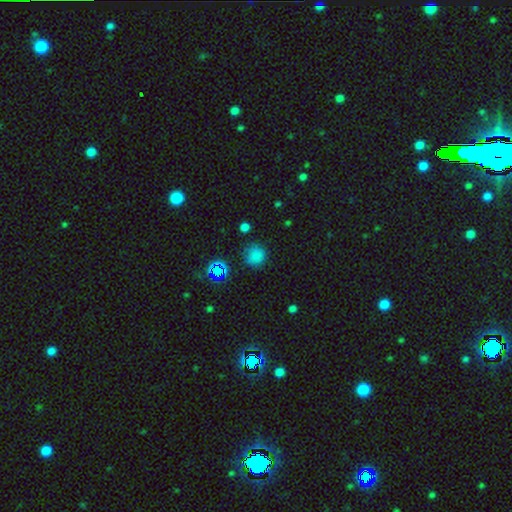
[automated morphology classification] Smooth or featured: smooth — 71% (star or artifact — 23%)
How rounded: round — 89% (in between — 10%)
Merging: none — 76% (minor disturbance — 16%)